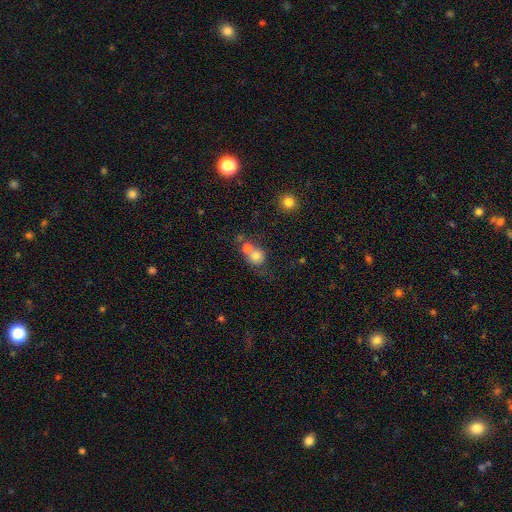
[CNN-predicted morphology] Q: Smooth or featured?
A: smooth (74%); runner-up: featured or disk (13%)
Q: How rounded?
A: round (81%); runner-up: in between (17%)
Q: Merging?
A: merger (47%); runner-up: none (37%)